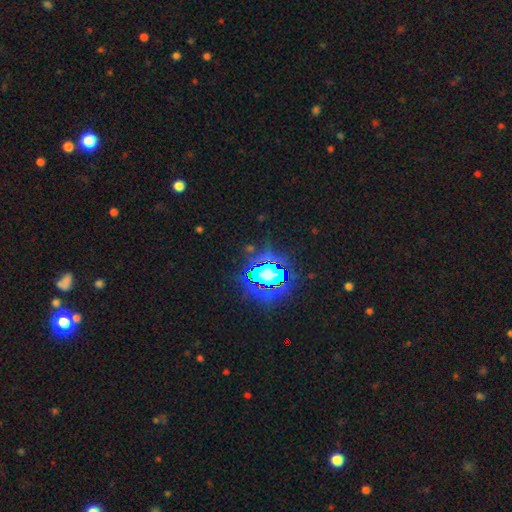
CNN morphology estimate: Overall: star or artifact (81%).